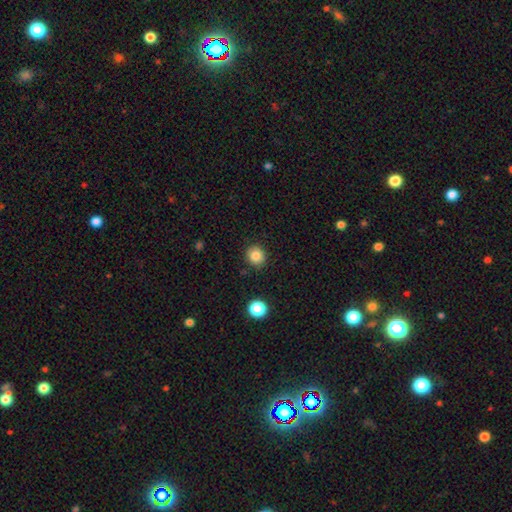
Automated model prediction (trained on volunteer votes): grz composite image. It shows a smooth galaxy with no disk features (85%) that is round (88%). Merging: none (89%).